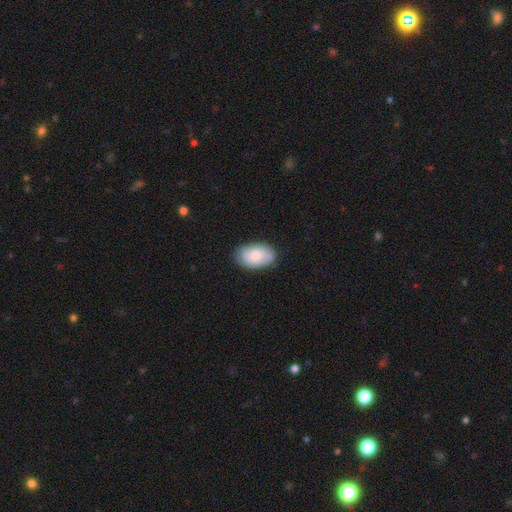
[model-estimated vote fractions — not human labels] Smooth or featured? smooth (71%)
How rounded? in between (91%)
Merging? none (76%)